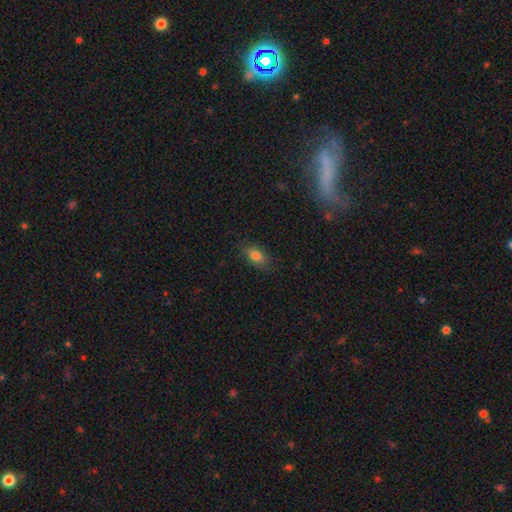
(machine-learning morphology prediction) Overall: smooth (78%). How rounded: in between (85%). Merging: none (76%).